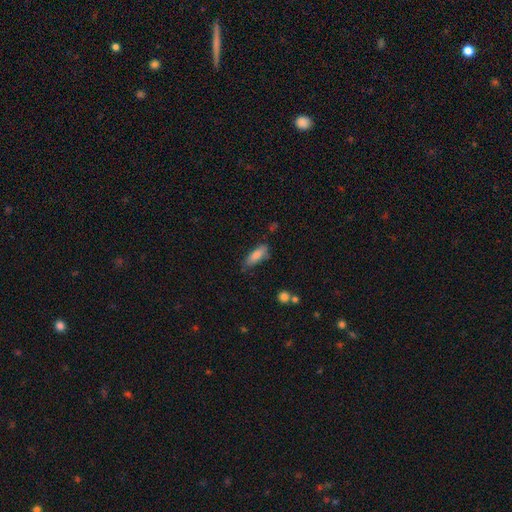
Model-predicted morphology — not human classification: A smooth galaxy with no disk features (83%) that is in between round and cigar-shaped (64%). Merging: none (70%).